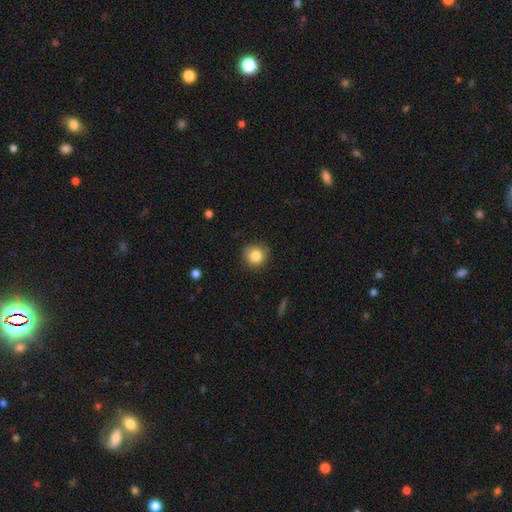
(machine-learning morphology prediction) smooth-or-featured: smooth: 83% | star or artifact: 10% | featured or disk: 7%
  how-rounded: round: 91% | in between: 8% | cigar-shaped: 1%
  merging: none: 84% | minor disturbance: 12% | major disturbance: 2% | merger: 1%